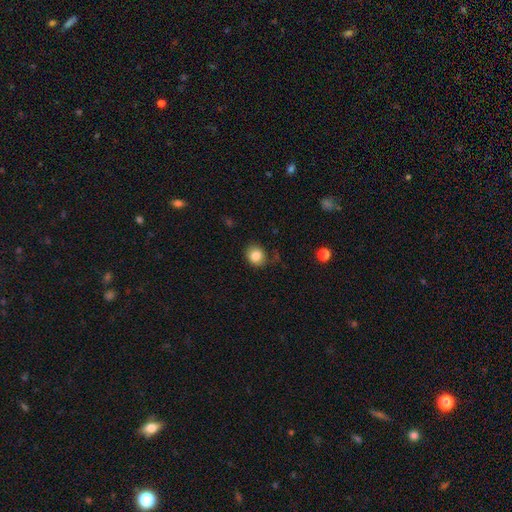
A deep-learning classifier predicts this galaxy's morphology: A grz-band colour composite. It shows a smooth galaxy with no disk features (83%) that is round (71%). Merging: none (74%).